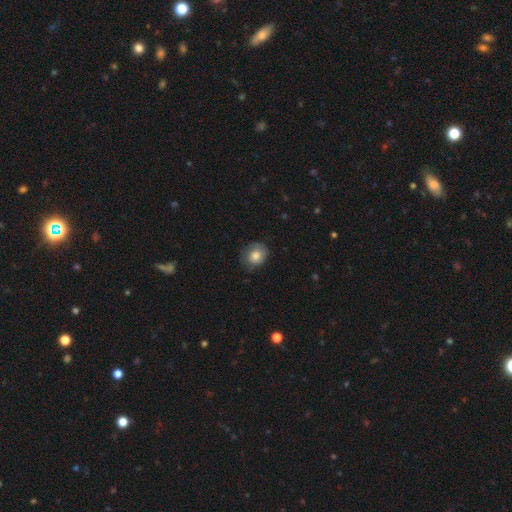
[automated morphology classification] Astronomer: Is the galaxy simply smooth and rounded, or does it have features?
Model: smooth — 79%.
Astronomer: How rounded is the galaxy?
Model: round — 68%.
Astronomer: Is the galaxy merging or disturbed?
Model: none — 70%.